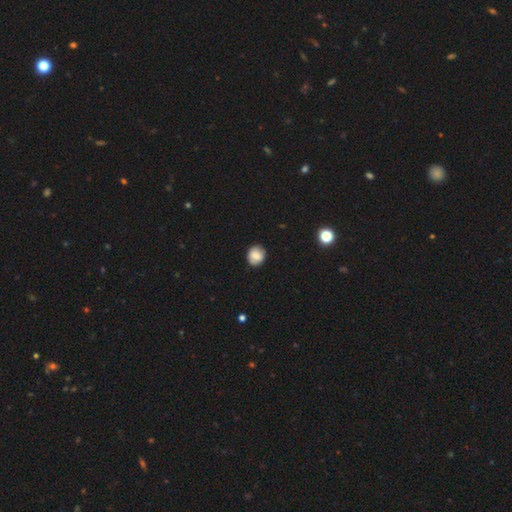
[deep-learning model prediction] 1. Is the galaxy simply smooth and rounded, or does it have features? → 76% smooth, 15% featured or disk, 9% star or artifact.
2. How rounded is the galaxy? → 74% round, 25% in between, 1% cigar-shaped.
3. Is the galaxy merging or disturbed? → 85% none, 11% minor disturbance, 2% major disturbance, 1% merger.